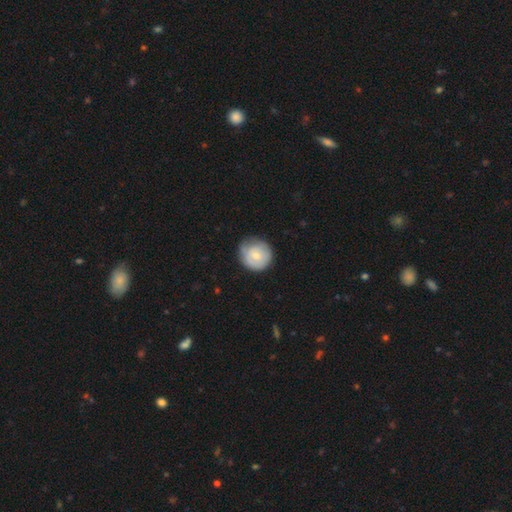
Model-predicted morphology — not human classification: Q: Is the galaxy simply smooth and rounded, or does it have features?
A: smooth — 67%.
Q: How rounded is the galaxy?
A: round — 91%.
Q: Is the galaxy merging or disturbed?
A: none — 66%.